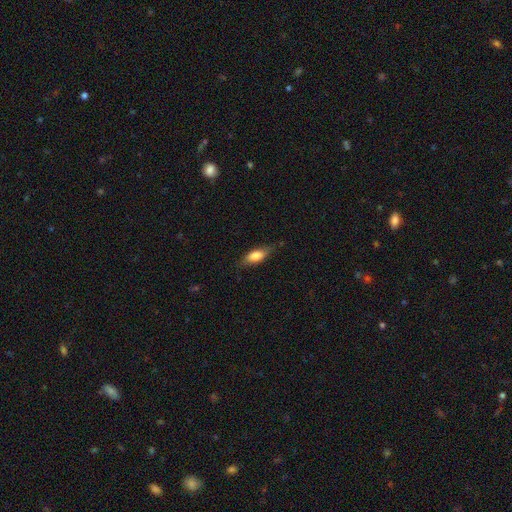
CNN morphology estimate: The model was most divided on "how rounded": in between: 75%, cigar-shaped: 22%, round: 3%. More confident: smooth or featured — smooth (77%); merging — none (74%).